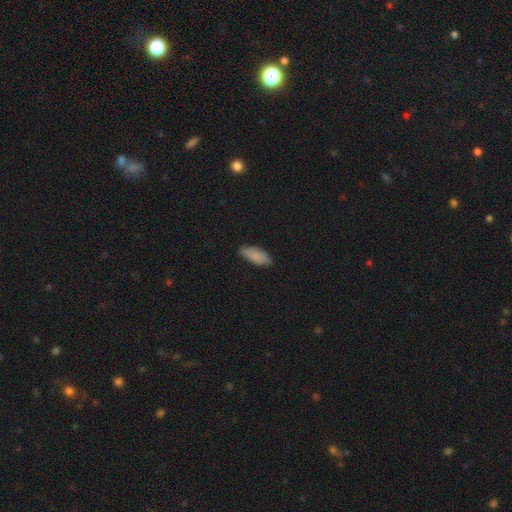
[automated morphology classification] A smooth galaxy with no disk features (85%) that is in between round and cigar-shaped (83%).

Vote fractions:
- Smooth or featured? smooth: 85% / featured or disk: 9% / star or artifact: 7%
- How rounded? in between: 83% / cigar-shaped: 15% / round: 2%
- Merging? none: 81% / minor disturbance: 16% / major disturbance: 2% / merger: 1%